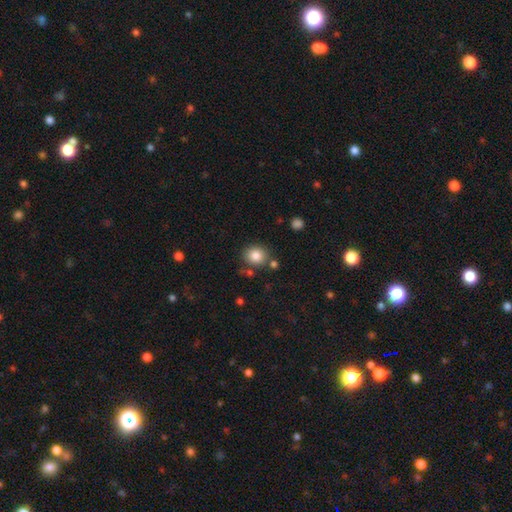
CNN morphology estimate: Smooth or featured: smooth — 83% (star or artifact — 10%)
How rounded: round — 77% (in between — 23%)
Merging: none — 79% (minor disturbance — 10%)